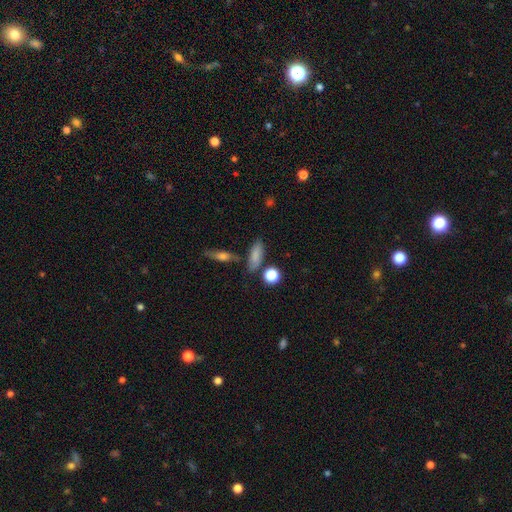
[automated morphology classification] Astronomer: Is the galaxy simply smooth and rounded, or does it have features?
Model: smooth — 79%.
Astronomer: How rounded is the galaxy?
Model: in between — 64%.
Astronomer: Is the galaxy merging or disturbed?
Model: none — 71%.